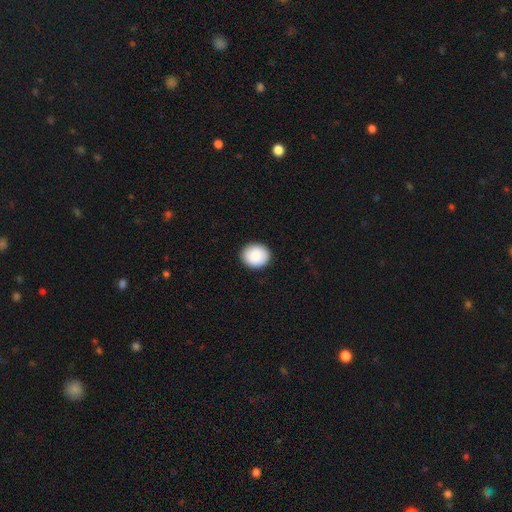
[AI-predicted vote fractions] The model was most divided on "how rounded": round: 72%, in between: 27%, cigar-shaped: 1%. More confident: merging — none (91%); smooth or featured — smooth (89%).